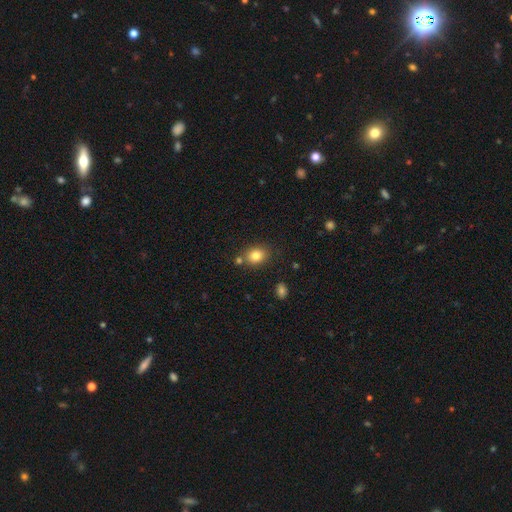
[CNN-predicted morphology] This appears to be a smooth galaxy with no disk features (82%) that is round (50%). Merging: none (74%).